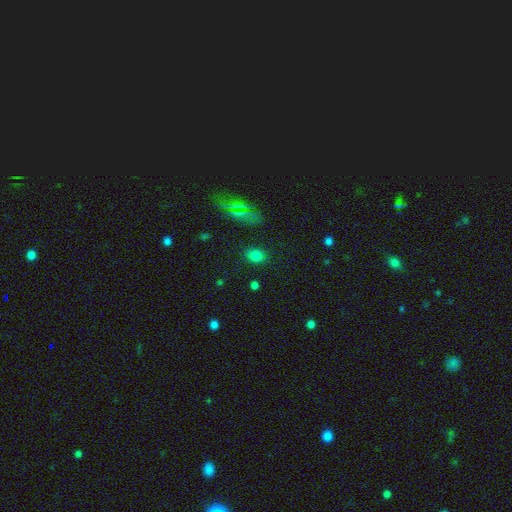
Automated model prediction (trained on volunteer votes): smooth_or_featured: smooth (p=0.77) [alt: star or artifact p=0.17]
how_rounded: in between (p=0.57) [alt: round p=0.41]
merging: none (p=0.86) [alt: minor disturbance p=0.10]